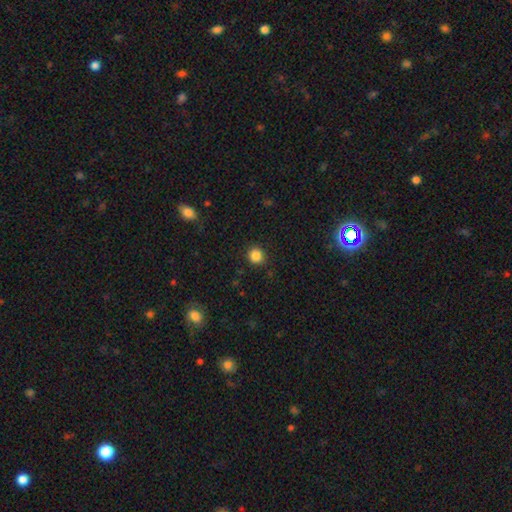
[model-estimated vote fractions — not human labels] Smooth or featured? Predicted: smooth (p=0.85). How rounded? Predicted: round (p=0.88). Merging? Predicted: none (p=0.90).